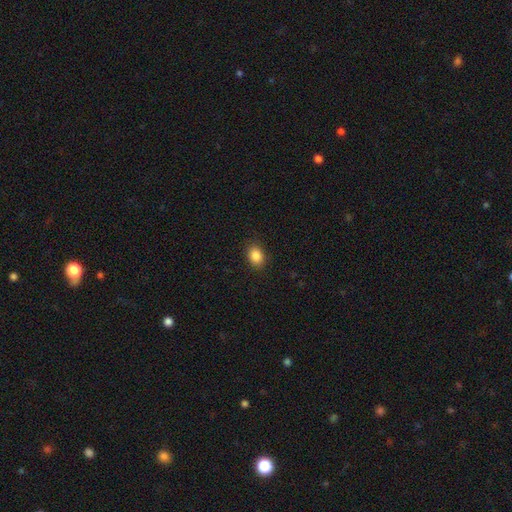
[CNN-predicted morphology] The model was most divided on "how rounded": in between: 61%, round: 38%, cigar-shaped: 1%. More confident: merging — none (88%); smooth or featured — smooth (87%).